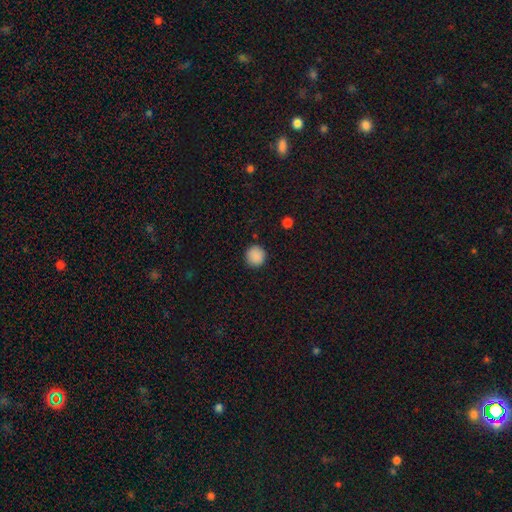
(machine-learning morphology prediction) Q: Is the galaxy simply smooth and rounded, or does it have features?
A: smooth — 88%.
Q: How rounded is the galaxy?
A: round — 94%.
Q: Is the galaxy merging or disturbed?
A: none — 91%.